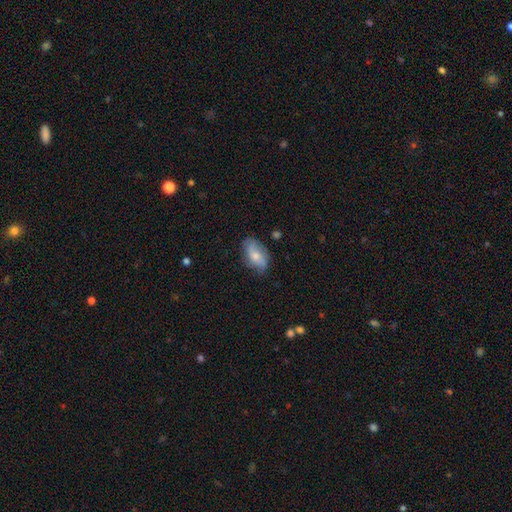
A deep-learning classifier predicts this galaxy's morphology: smooth-or-featured: smooth: 57% | featured or disk: 36% | star or artifact: 7%
  how-rounded: in between: 90% | round: 6% | cigar-shaped: 4%
  merging: none: 67% | minor disturbance: 25% | major disturbance: 6% | merger: 2%